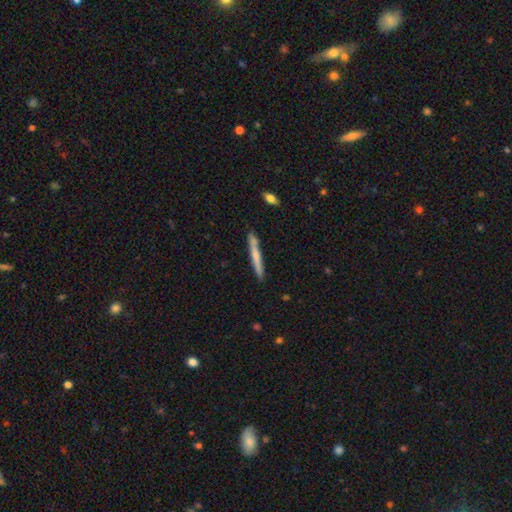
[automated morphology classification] Smooth or featured? smooth (62%)
How rounded? cigar-shaped (96%)
Merging? none (83%)